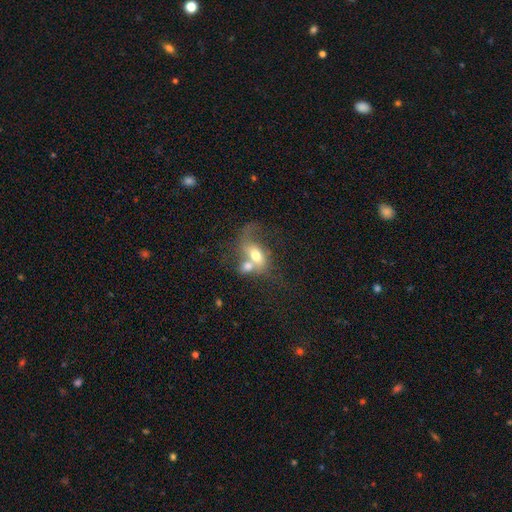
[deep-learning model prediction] smooth_or_featured: smooth (p=0.56) [alt: featured or disk p=0.35]
how_rounded: in between (p=0.77) [alt: round p=0.19]
merging: merger (p=0.62) [alt: major disturbance p=0.15]